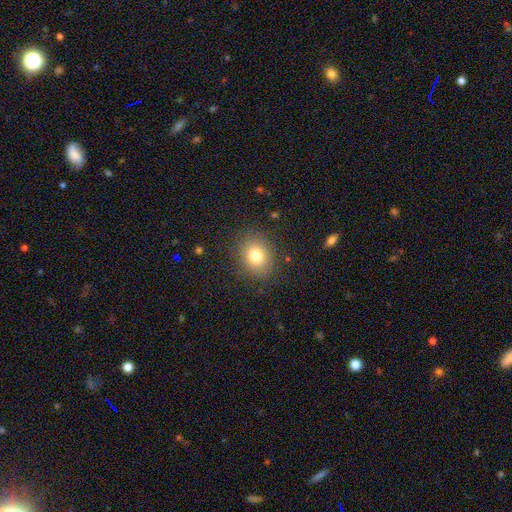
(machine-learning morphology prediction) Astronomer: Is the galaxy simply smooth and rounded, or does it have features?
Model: smooth — 77%.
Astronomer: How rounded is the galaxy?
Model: round — 67%.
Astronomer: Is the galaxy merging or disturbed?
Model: none — 86%.